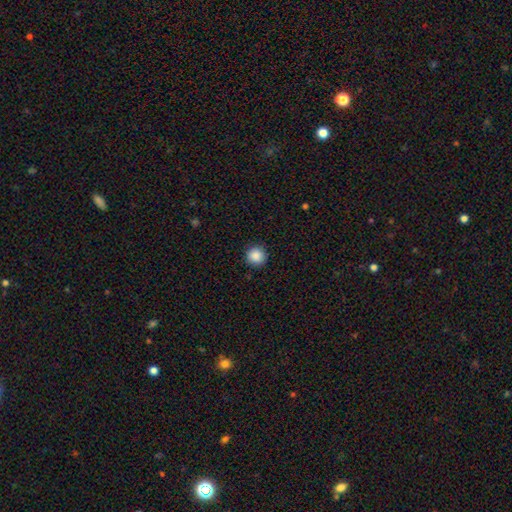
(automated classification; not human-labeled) Overall: smooth (88%). How rounded: round (94%). Merging: none (91%).